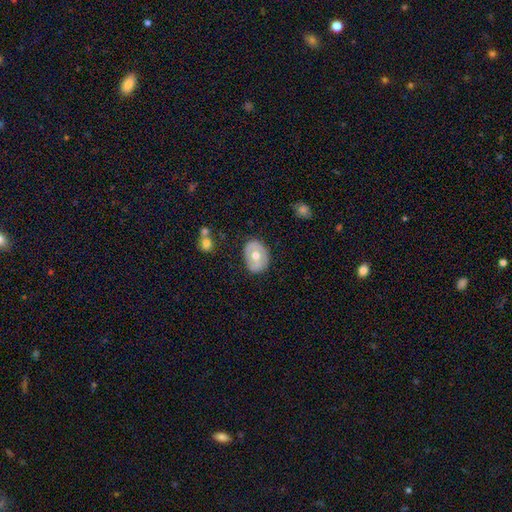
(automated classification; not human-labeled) The model was most divided on "smooth or featured": smooth: 50%, featured or disk: 44%, star or artifact: 6%. More confident: merging — none (80%).